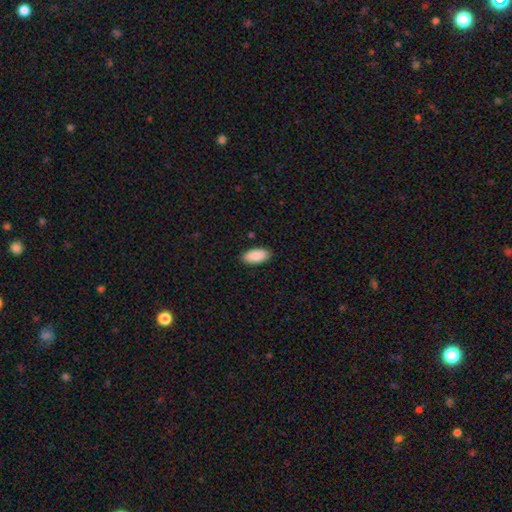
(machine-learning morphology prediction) smooth 90%, star or artifact 6%, featured or disk 4%. Down the decision tree: how rounded — in between (93%); merging — none (89%).